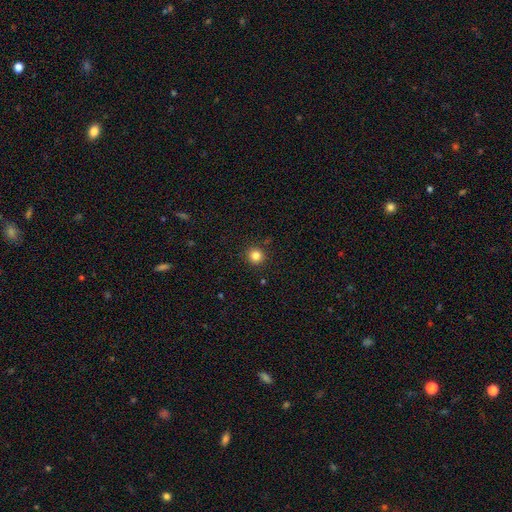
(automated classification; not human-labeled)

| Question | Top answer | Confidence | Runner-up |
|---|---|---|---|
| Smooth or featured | smooth | 83% | star or artifact (12%) |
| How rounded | round | 93% | in between (6%) |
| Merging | none | 91% | minor disturbance (6%) |